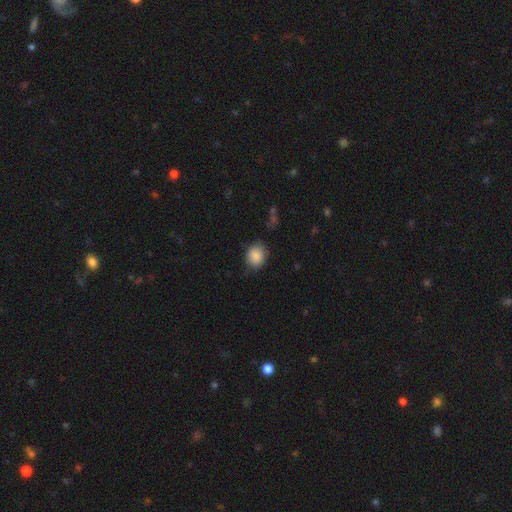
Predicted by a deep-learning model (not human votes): smooth 87%, star or artifact 8%, featured or disk 5%. Down the decision tree: how rounded — round (61%); merging — none (74%).